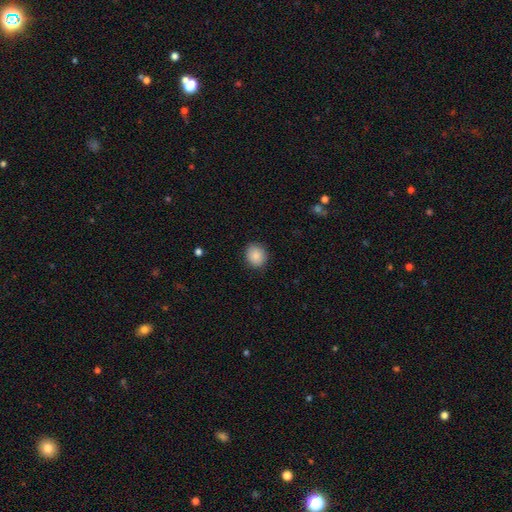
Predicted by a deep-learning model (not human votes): Morphology: type=smooth (87%); roundness=round (71%); merging=none (87%).